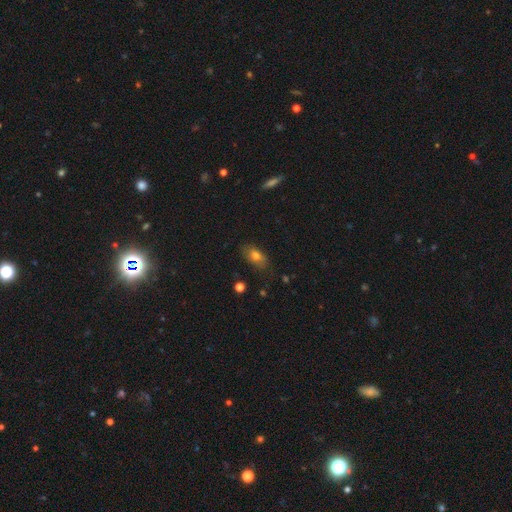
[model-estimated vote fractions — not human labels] This appears to be a smooth galaxy with no disk features (74%) that is in between round and cigar-shaped (86%). Merging: none (75%).